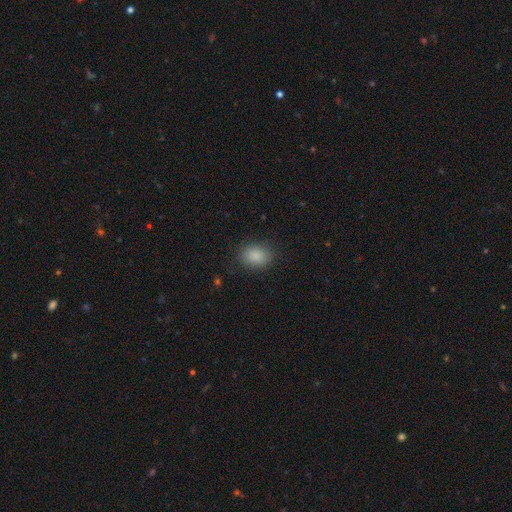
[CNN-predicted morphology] This appears to be a smooth galaxy with no disk features (88%) that is in between round and cigar-shaped (61%). Merging: none (86%).